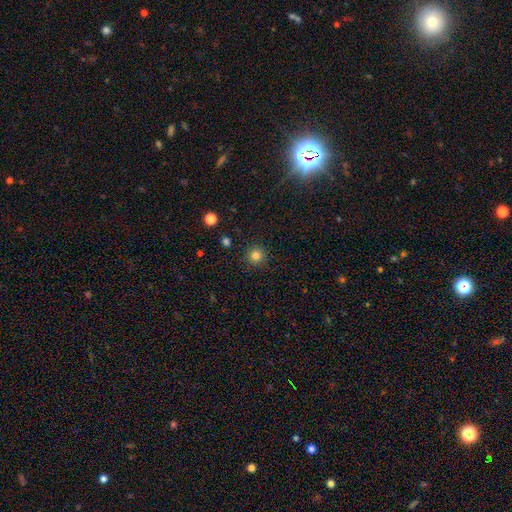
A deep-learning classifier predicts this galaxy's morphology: smooth_or_featured: smooth (p=0.82) [alt: star or artifact p=0.13]
how_rounded: round (p=0.95) [alt: in between p=0.04]
merging: none (p=0.90) [alt: minor disturbance p=0.06]